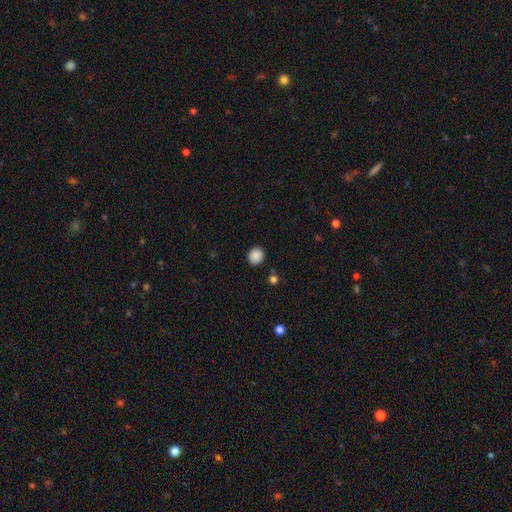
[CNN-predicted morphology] Overall: smooth (88%). How rounded: round (75%). Merging: none (88%).